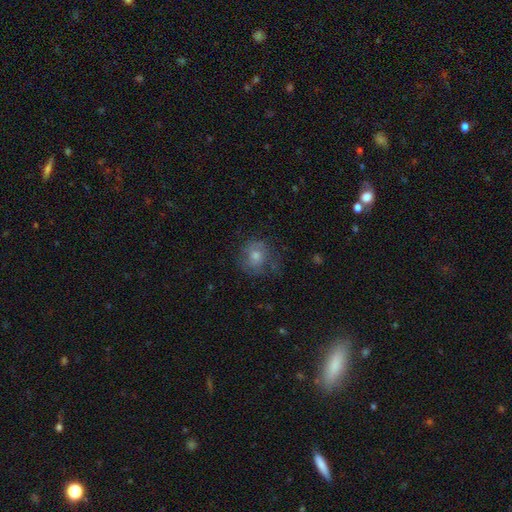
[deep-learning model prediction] Smooth or featured?
  - smooth: 47% *
  - featured or disk: 36%
  - star or artifact: 17%
Merging?
  - none: 66% *
  - minor disturbance: 20%
  - major disturbance: 13%
  - merger: 2%